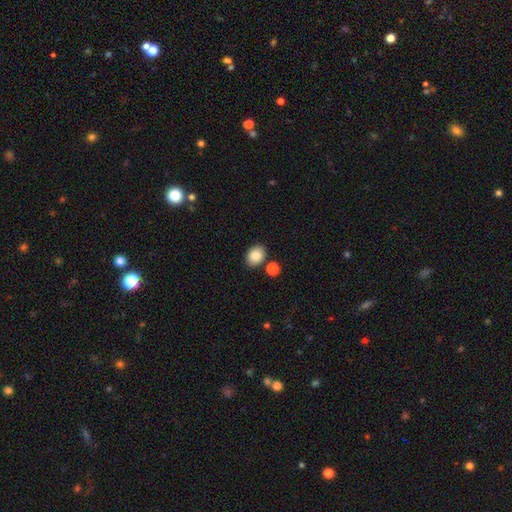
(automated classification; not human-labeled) This is clearly a smooth galaxy (85%). How rounded: likely in between (68%). Merging: clearly none (81%).